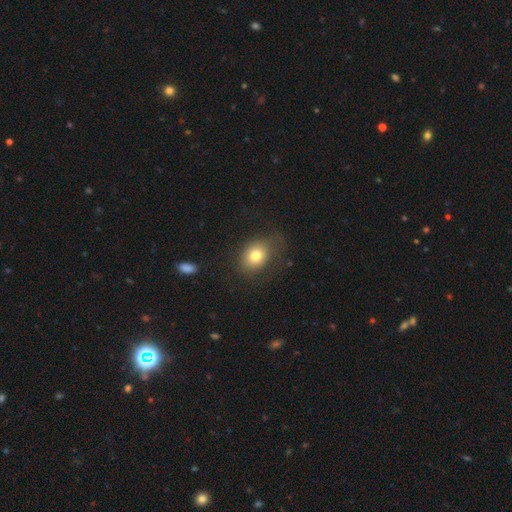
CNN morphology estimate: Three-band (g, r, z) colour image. It shows a smooth galaxy with no disk features (78%) that is in between round and cigar-shaped (55%). Merging: none (70%).